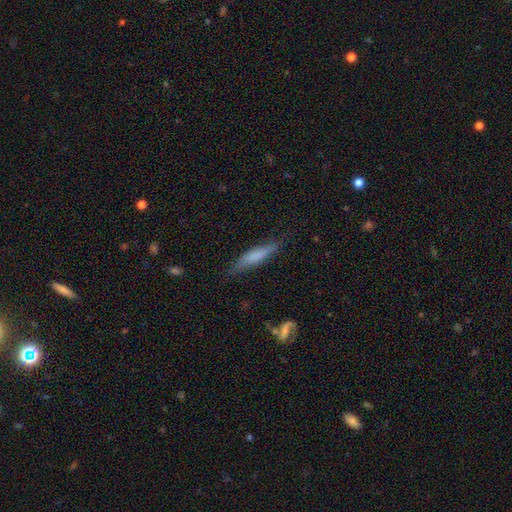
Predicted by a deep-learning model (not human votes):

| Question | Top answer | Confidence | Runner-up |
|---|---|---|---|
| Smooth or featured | smooth | 62% | featured or disk (31%) |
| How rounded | cigar-shaped | 85% | in between (13%) |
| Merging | none | 76% | minor disturbance (18%) |